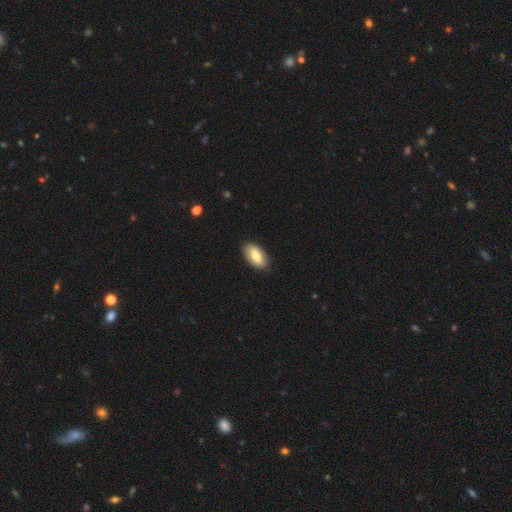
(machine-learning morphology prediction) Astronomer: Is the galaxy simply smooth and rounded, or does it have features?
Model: smooth — 77%.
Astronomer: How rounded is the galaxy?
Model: in between — 93%.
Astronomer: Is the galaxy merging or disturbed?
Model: none — 88%.